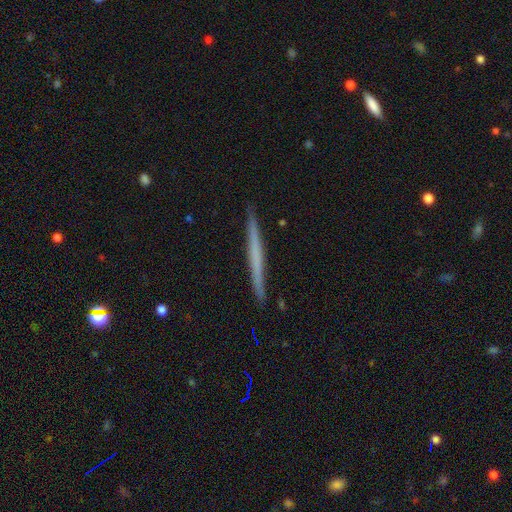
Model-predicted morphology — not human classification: type=featured or disk (49%); merging=none (92%).